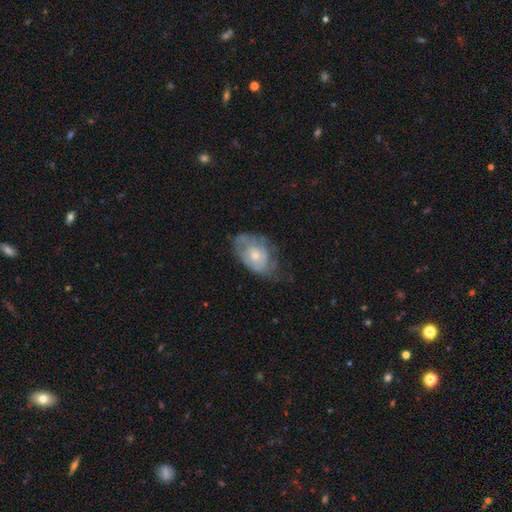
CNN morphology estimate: smooth_or_featured: featured or disk (p=0.59) [alt: smooth p=0.35]
disk_edge_on: no (p=0.95) [alt: yes p=0.05]
bar: no (p=0.83) [alt: weak p=0.15]
has_spiral_arms: yes (p=0.53) [alt: no p=0.47]
bulge_size: moderate (p=0.52) [alt: small p=0.41]
merging: none (p=0.47) [alt: minor disturbance p=0.32]